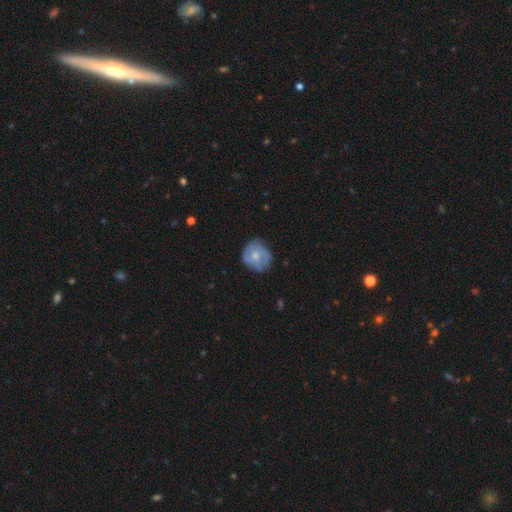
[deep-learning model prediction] This appears to be a featured or disk galaxy (48%). Merging: none (66%).